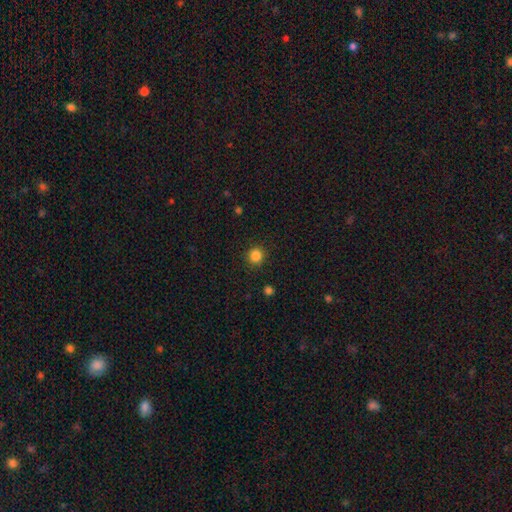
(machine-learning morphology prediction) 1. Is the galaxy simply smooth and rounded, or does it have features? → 85% smooth, 12% star or artifact, 3% featured or disk.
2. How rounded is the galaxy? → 93% round, 6% in between, 1% cigar-shaped.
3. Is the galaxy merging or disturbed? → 91% none, 6% minor disturbance, 2% major disturbance, 1% merger.